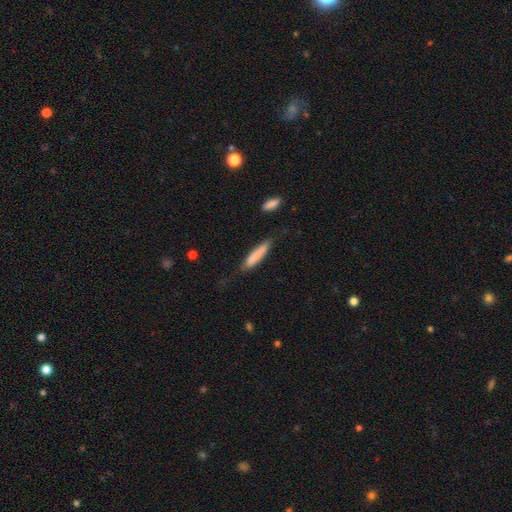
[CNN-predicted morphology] This is likely a smooth galaxy (80%). How rounded: clearly cigar-shaped (86%). Merging: likely none (66%).